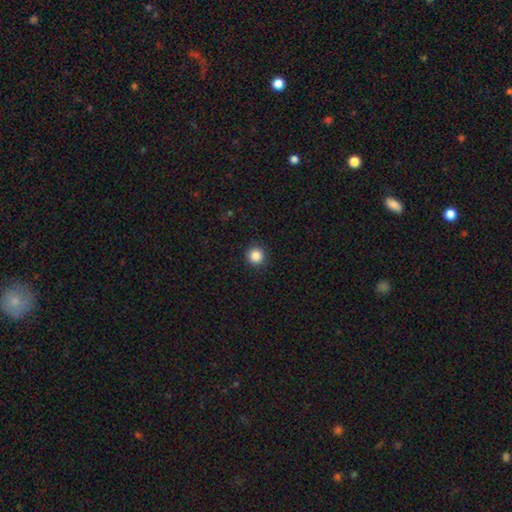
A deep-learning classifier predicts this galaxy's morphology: Smooth or featured? smooth (86%)
How rounded? round (95%)
Merging? none (92%)